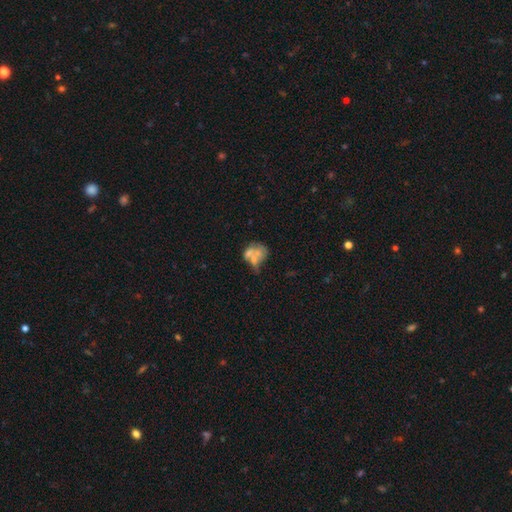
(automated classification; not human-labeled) A smooth galaxy with no disk features (45%). Merging: merger (44%).